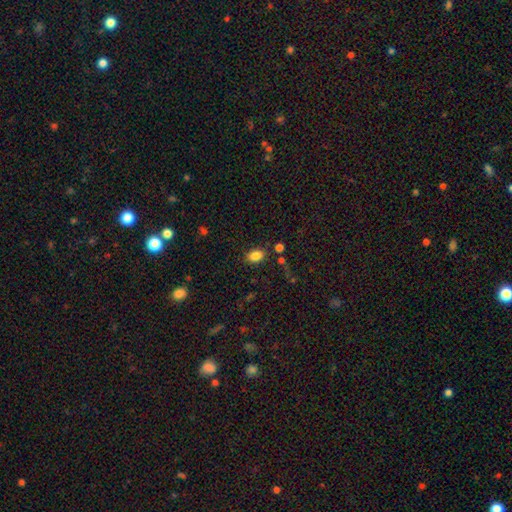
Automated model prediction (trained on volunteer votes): Smooth or featured?
  - smooth: 85% *
  - star or artifact: 10%
  - featured or disk: 5%
How rounded?
  - in between: 84% *
  - round: 14%
  - cigar-shaped: 1%
Merging?
  - none: 81% *
  - minor disturbance: 11%
  - merger: 4%
  - major disturbance: 3%